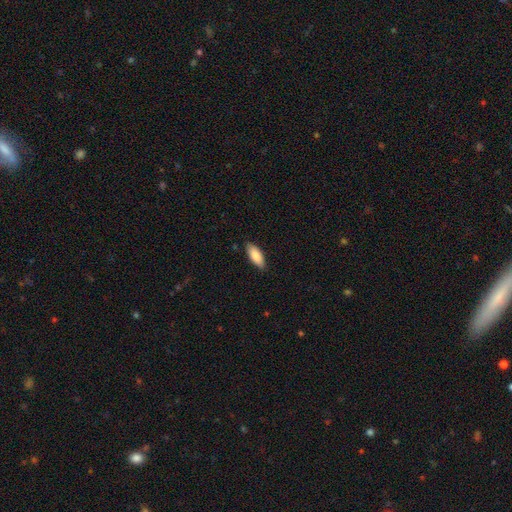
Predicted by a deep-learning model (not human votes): Morphology: type=smooth (85%); roundness=in between (76%); merging=none (86%).